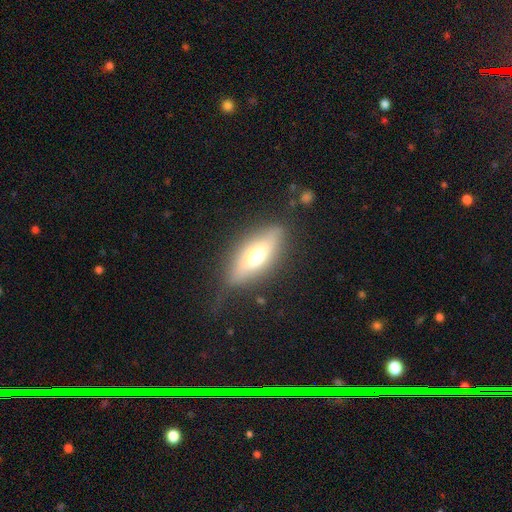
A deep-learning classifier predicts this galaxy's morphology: A smooth galaxy with no disk features (53%) that is in between round and cigar-shaped (69%).

Vote fractions:
- Smooth or featured? smooth: 53% / featured or disk: 39% / star or artifact: 7%
- How rounded? in between: 69% / cigar-shaped: 28% / round: 3%
- Merging? none: 73% / minor disturbance: 19% / major disturbance: 6% / merger: 2%